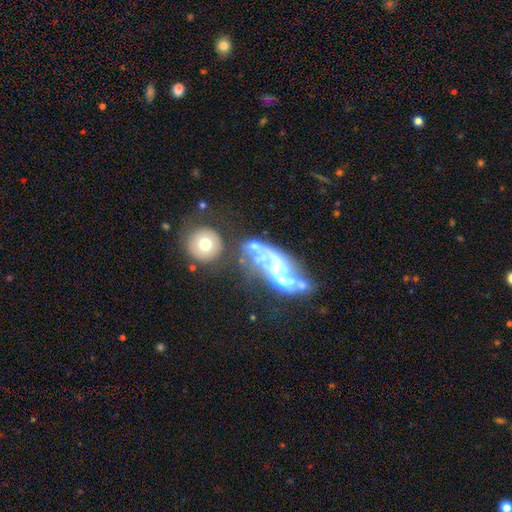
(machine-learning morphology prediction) Smooth or featured? Predicted: featured or disk (p=0.66). Edge-on disk? Predicted: no (p=0.91). Bar? Predicted: no (p=0.71). Spiral arms? Predicted: no (p=0.62). Bulge size? Predicted: moderate (p=0.38). Merging? Predicted: merger (p=0.37).